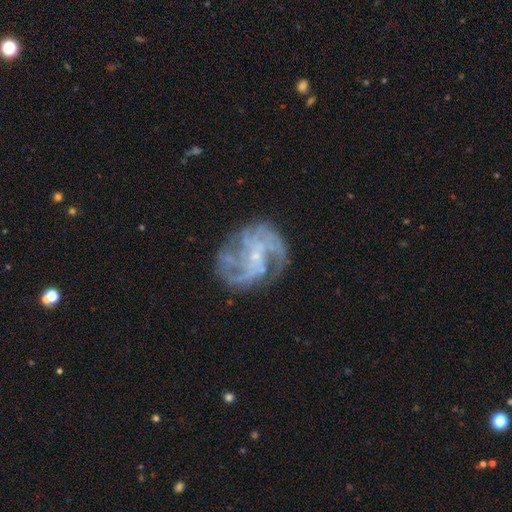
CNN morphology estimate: A featured or disk galaxy (86%) with no bar (61%), 3 (25%) medium (47%) spiral arms (94%) and a small central bulge (80%). Merging: none (70%).